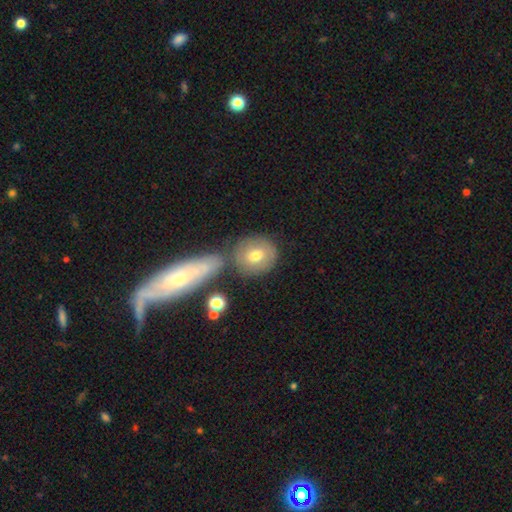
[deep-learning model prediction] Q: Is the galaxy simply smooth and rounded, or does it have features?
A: smooth — 68%.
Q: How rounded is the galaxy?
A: round — 84%.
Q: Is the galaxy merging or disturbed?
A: none — 63%.